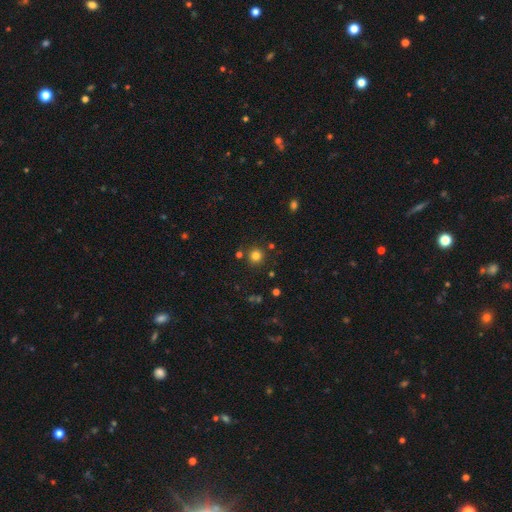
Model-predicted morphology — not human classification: smooth-or-featured: smooth: 79% | star or artifact: 15% | featured or disk: 6%
  how-rounded: round: 94% | in between: 5% | cigar-shaped: 1%
  merging: none: 85% | minor disturbance: 7% | merger: 5% | major disturbance: 2%